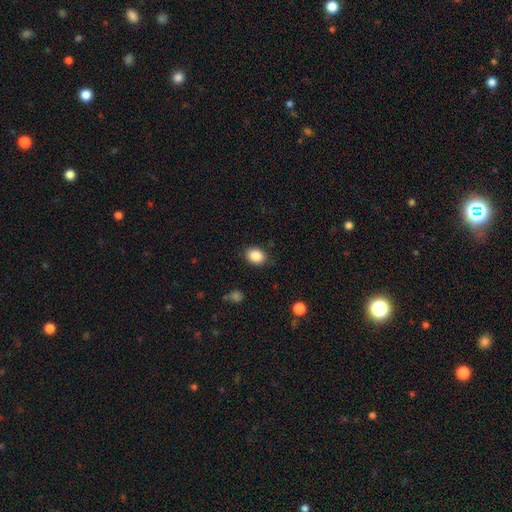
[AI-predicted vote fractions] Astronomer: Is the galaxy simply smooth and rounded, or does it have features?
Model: smooth — 87%.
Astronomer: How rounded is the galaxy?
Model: in between — 62%.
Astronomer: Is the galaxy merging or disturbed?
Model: none — 86%.